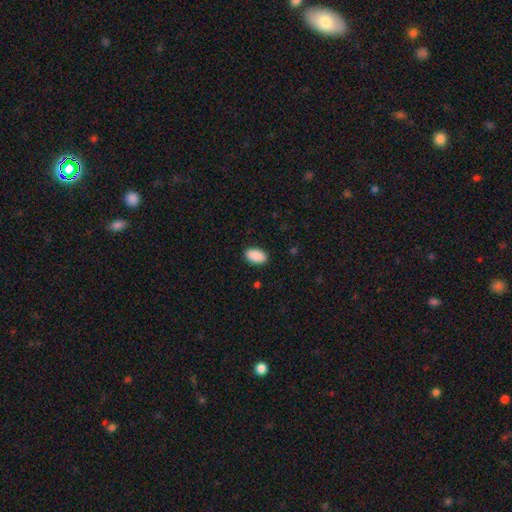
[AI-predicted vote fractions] smooth-or-featured: smooth: 91% | star or artifact: 7% | featured or disk: 2%
  how-rounded: in between: 94% | round: 5% | cigar-shaped: 2%
  merging: none: 89% | minor disturbance: 8% | major disturbance: 2% | merger: 1%